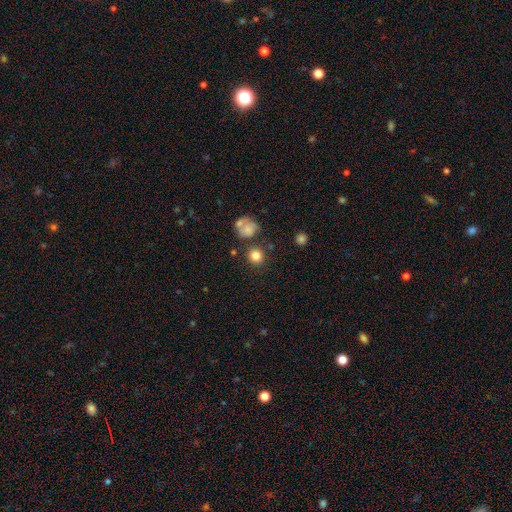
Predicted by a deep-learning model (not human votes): This appears to be a smooth galaxy with no disk features (80%) that is round (90%). Merging: none (76%).